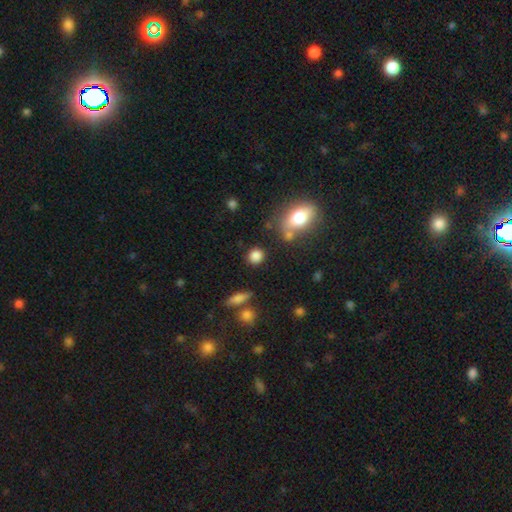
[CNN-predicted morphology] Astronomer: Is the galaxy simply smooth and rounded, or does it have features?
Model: smooth — 83%.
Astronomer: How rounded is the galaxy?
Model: round — 83%.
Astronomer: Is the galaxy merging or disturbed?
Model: none — 80%.